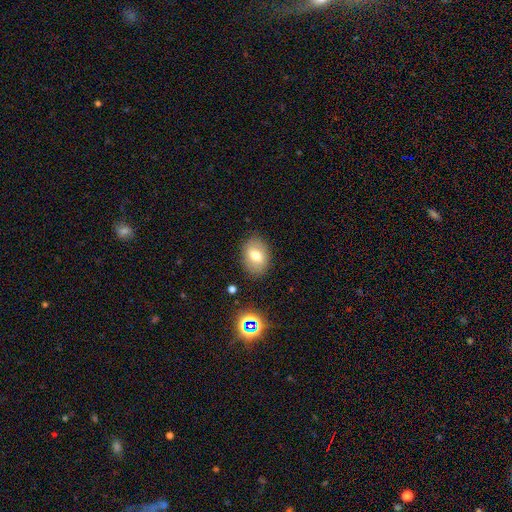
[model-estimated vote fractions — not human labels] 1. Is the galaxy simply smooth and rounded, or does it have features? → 69% smooth, 20% featured or disk, 11% star or artifact.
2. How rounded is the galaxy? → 73% in between, 26% round, 1% cigar-shaped.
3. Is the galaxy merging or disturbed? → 84% none, 11% minor disturbance, 3% major disturbance, 2% merger.